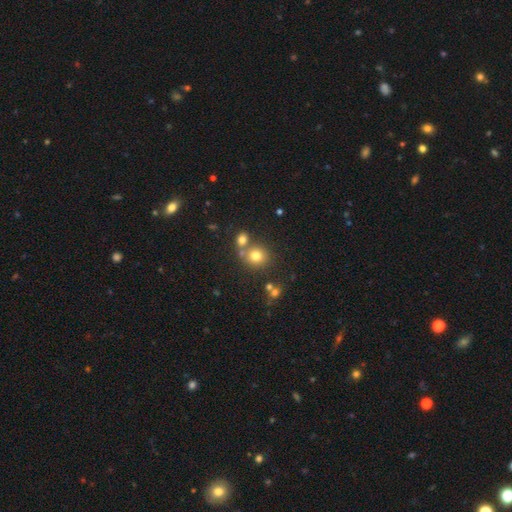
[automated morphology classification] This appears to be a smooth galaxy with no disk features (76%) that is round (83%). Merging: none (61%).